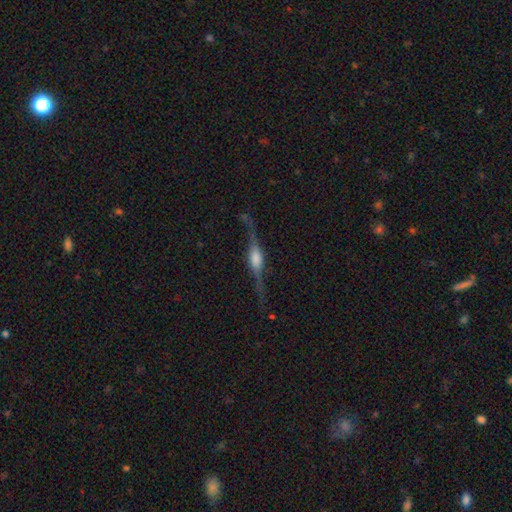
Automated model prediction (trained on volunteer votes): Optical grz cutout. It shows a featured or disk galaxy (87%) viewed edge-on (94%) with a rounded central bulge (84%). Merging: none (79%).